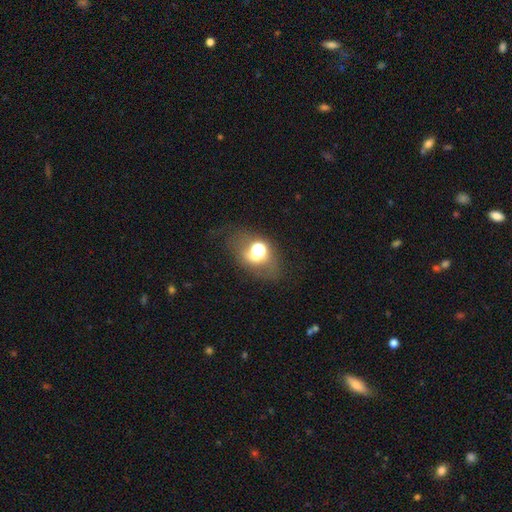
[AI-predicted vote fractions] Smooth or featured?
  - smooth: 47% *
  - featured or disk: 29%
  - star or artifact: 24%
Merging?
  - none: 47% *
  - major disturbance: 24%
  - minor disturbance: 19%
  - merger: 11%